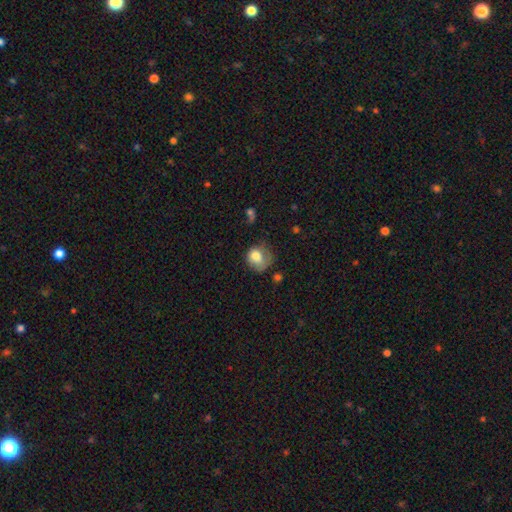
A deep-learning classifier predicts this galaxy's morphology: type=smooth (71%); roundness=round (68%); merging=none (36%).